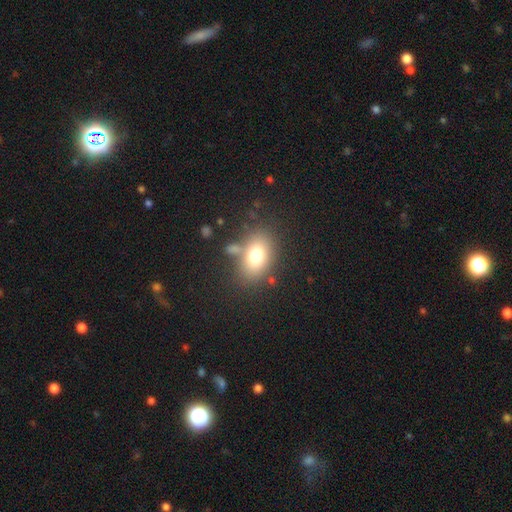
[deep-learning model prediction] The model was most divided on "how rounded": in between: 77%, round: 21%, cigar-shaped: 2%. More confident: smooth or featured — smooth (74%); merging — none (71%).